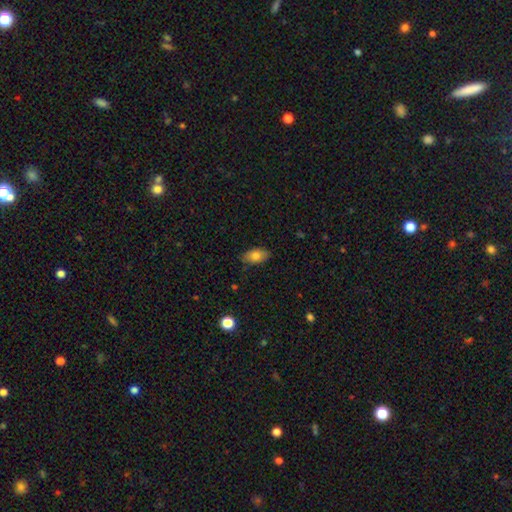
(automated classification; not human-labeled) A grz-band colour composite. It shows a smooth galaxy with no disk features (77%) that is in between round and cigar-shaped (91%). Merging: none (82%).